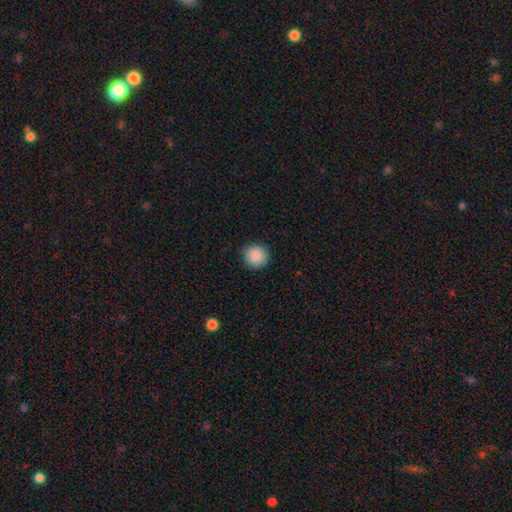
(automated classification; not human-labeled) The model was most divided on "smooth or featured": smooth: 89%, star or artifact: 8%, featured or disk: 3%. More confident: how rounded — round (95%); merging — none (91%).